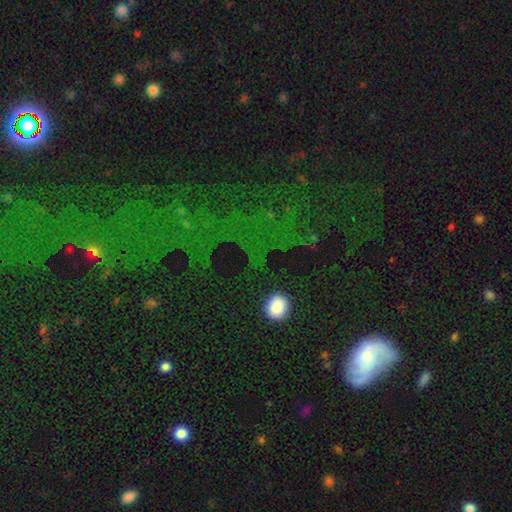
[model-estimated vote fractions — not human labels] Smooth or featured?
  - star or artifact: 46% *
  - smooth: 30%
  - featured or disk: 24%